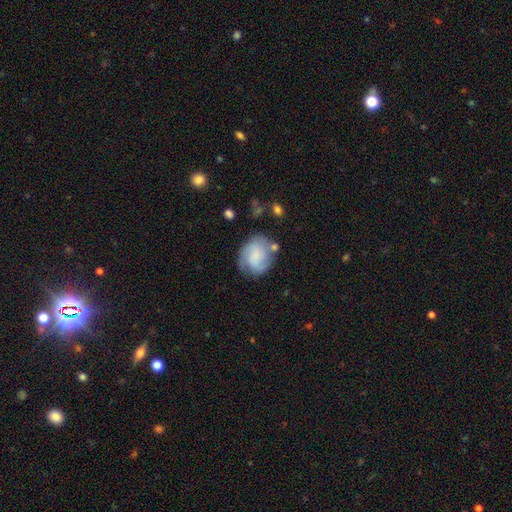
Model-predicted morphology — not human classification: Smooth or featured: smooth — 50% (featured or disk — 42%)
How rounded: round — 60% (in between — 38%)
Merging: none — 60% (minor disturbance — 24%)